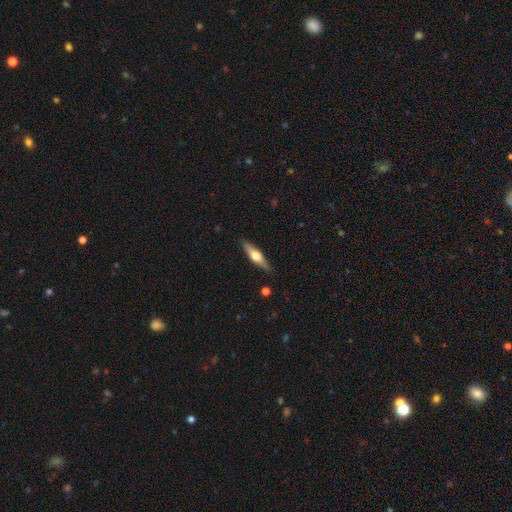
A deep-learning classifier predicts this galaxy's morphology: smooth_or_featured: featured or disk (p=0.55) [alt: smooth p=0.39]
disk_edge_on: yes (p=0.94) [alt: no p=0.06]
edge_on_bulge: rounded (p=0.92) [alt: boxy p=0.05]
merging: none (p=0.87) [alt: minor disturbance p=0.10]